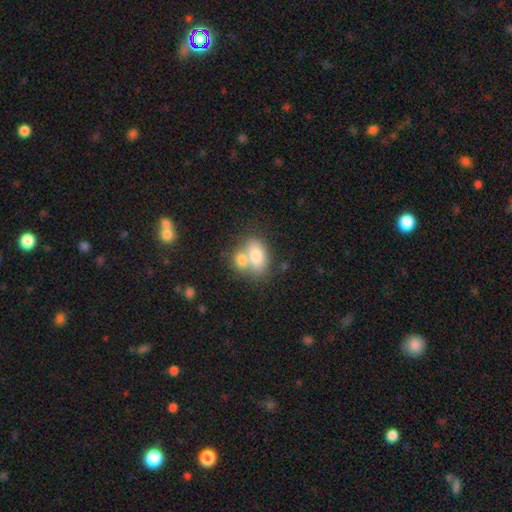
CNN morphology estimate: A smooth galaxy with no disk features (74%) that is in between round and cigar-shaped (84%). Merging: merger (56%).